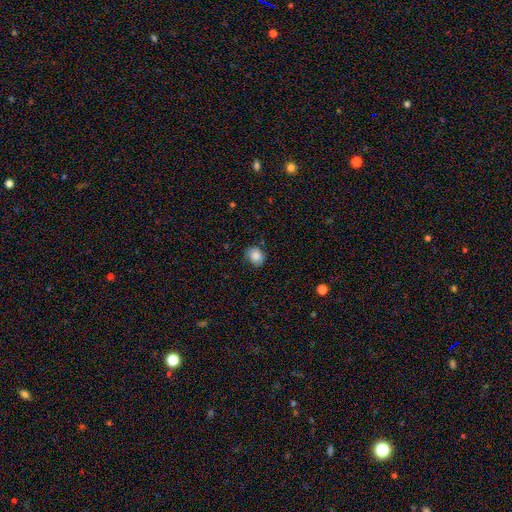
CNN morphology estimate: Smooth or featured? smooth (84%)
How rounded? round (61%)
Merging? none (75%)